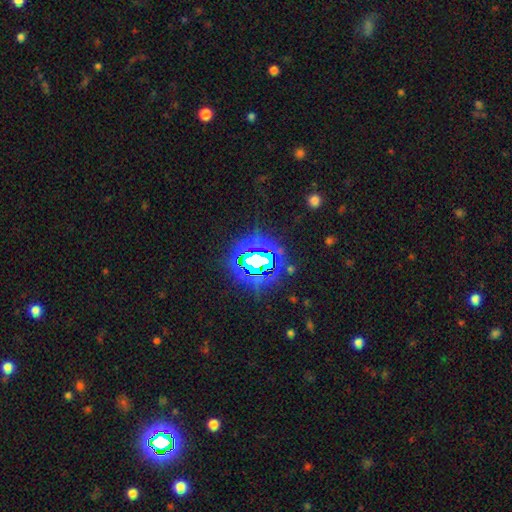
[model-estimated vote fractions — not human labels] Smooth or featured?
  - star or artifact: 77% *
  - smooth: 12%
  - featured or disk: 11%